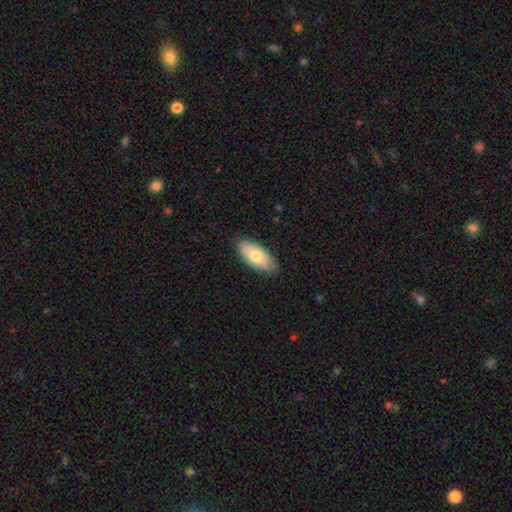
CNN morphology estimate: A smooth galaxy with no disk features (70%) that is in between round and cigar-shaped (90%). Merging: none (84%).